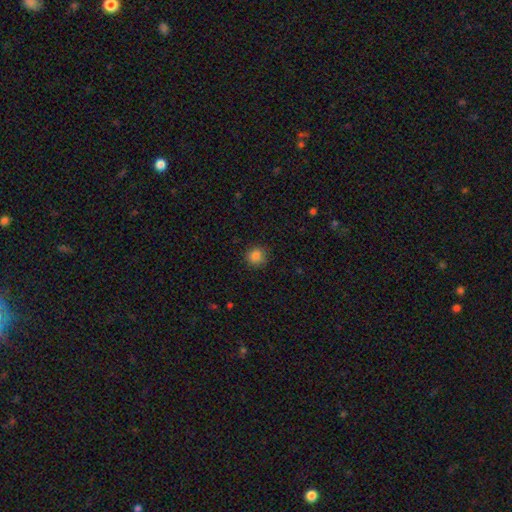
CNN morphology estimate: type=smooth (85%); roundness=round (89%); merging=none (88%).